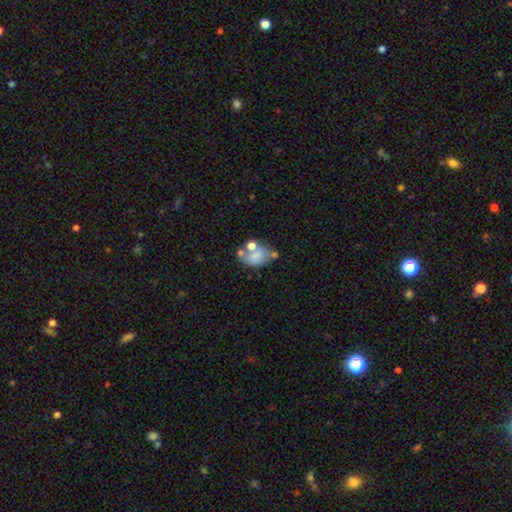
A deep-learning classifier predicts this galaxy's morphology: Overall: smooth (55%; featured or disk 35%). How rounded: in between (81%). Merging: none (33%; merger 31%).